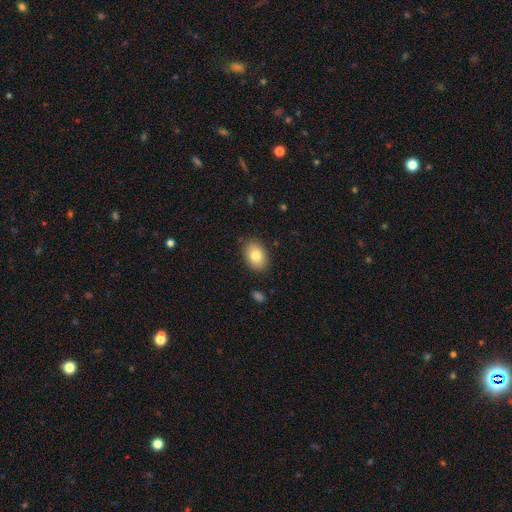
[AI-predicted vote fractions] Smooth or featured? Predicted: smooth (p=0.81). How rounded? Predicted: in between (p=0.85). Merging? Predicted: none (p=0.86).